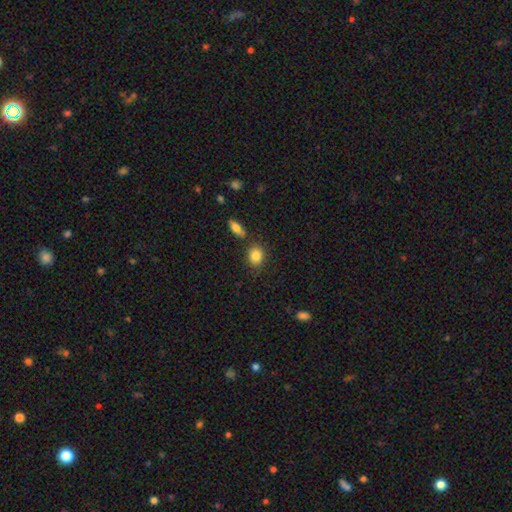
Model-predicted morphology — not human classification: This is clearly a smooth galaxy (84%). How rounded: possibly round (59%). Merging: likely none (77%).